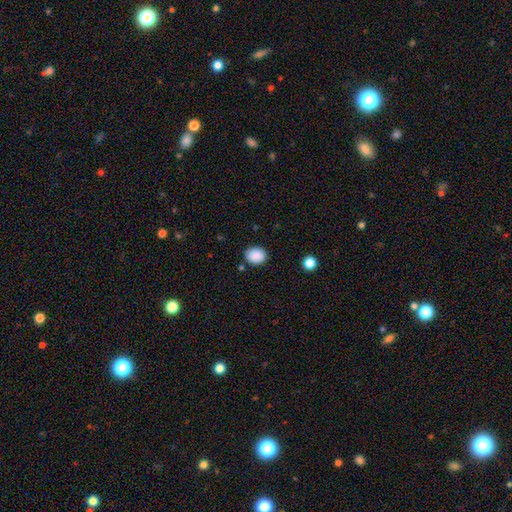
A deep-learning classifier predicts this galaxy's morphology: The model was most divided on "how rounded": round: 53%, in between: 46%, cigar-shaped: 1%. More confident: smooth or featured — smooth (89%); merging — none (85%).